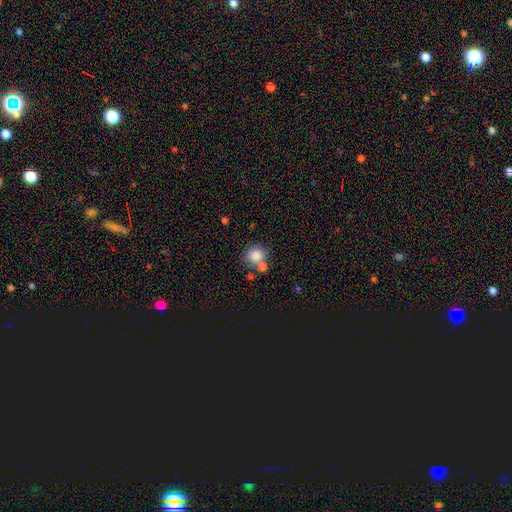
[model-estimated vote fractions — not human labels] This is clearly a smooth galaxy (83%). How rounded: likely round (78%). Merging: possibly none (60%).